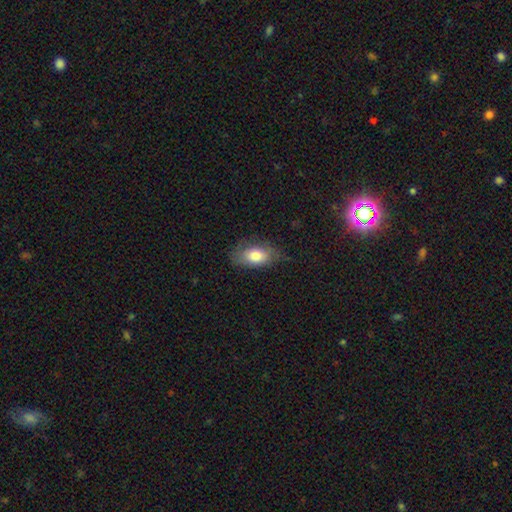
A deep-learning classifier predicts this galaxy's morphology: A smooth galaxy with no disk features (76%) that is in between round and cigar-shaped (89%). Merging: none (68%).